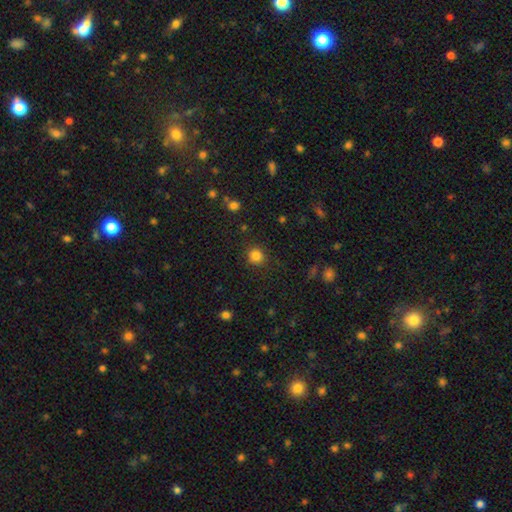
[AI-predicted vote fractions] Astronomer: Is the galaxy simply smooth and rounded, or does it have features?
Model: smooth — 83%.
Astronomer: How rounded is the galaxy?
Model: round — 89%.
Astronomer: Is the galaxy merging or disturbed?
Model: none — 89%.